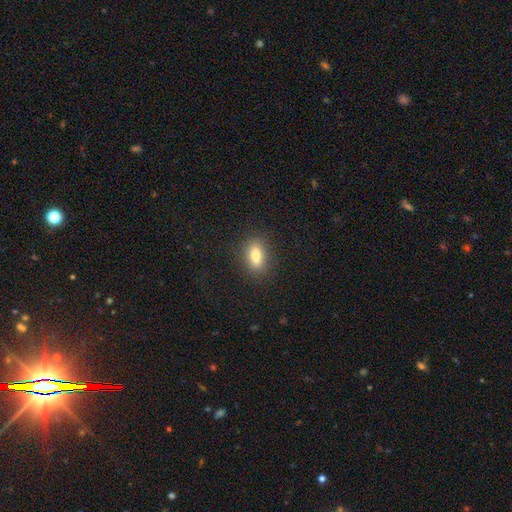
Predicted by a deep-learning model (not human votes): A smooth galaxy with no disk features (81%) that is in between round and cigar-shaped (82%).

Vote fractions:
- Smooth or featured? smooth: 81% / star or artifact: 10% / featured or disk: 9%
- How rounded? in between: 82% / round: 12% / cigar-shaped: 5%
- Merging? none: 87% / minor disturbance: 9% / major disturbance: 3% / merger: 1%